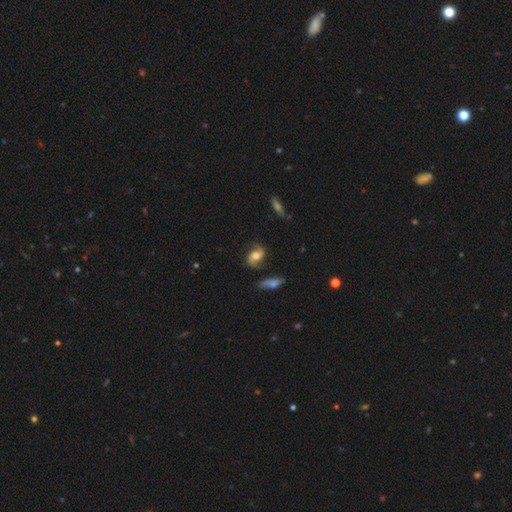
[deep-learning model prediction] This appears to be a featured or disk galaxy (76%) with no bar (54%), 2 (92%) loose (53%) spiral arms (94%) and a moderate central bulge (58%). Merging: none (72%).